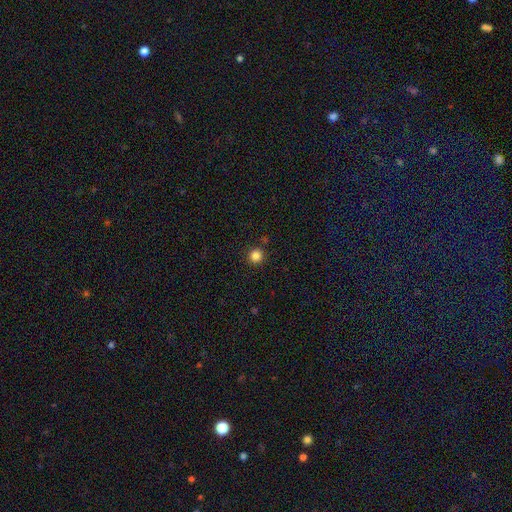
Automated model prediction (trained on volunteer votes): Smooth or featured? Predicted: smooth (p=0.84). How rounded? Predicted: round (p=0.95). Merging? Predicted: none (p=0.89).